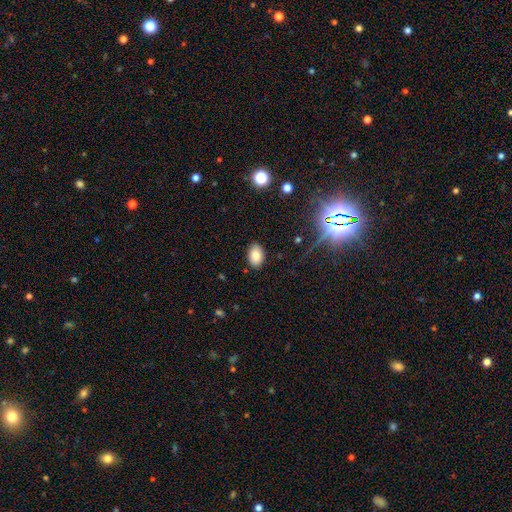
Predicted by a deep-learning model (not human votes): smooth-or-featured: smooth: 84% | star or artifact: 10% | featured or disk: 5%
  how-rounded: in between: 91% | round: 8% | cigar-shaped: 1%
  merging: none: 86% | minor disturbance: 10% | major disturbance: 2% | merger: 1%